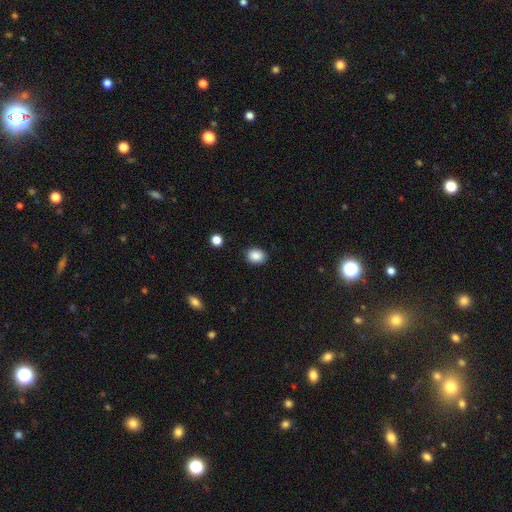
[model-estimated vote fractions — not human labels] Smooth or featured: smooth — 88% (star or artifact — 9%)
How rounded: in between — 57% (round — 42%)
Merging: none — 87% (minor disturbance — 9%)